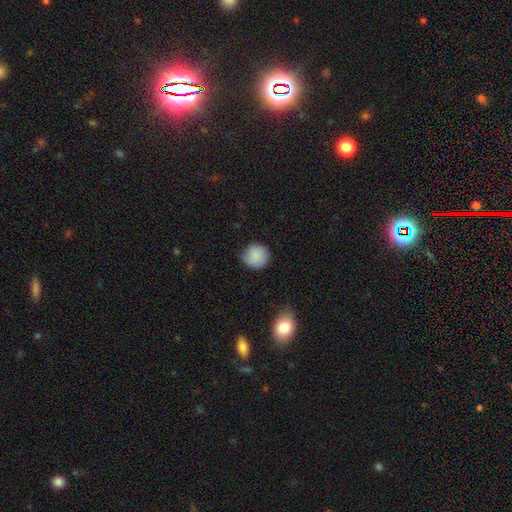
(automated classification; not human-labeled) Overall: smooth (87%). How rounded: round (90%). Merging: none (77%).